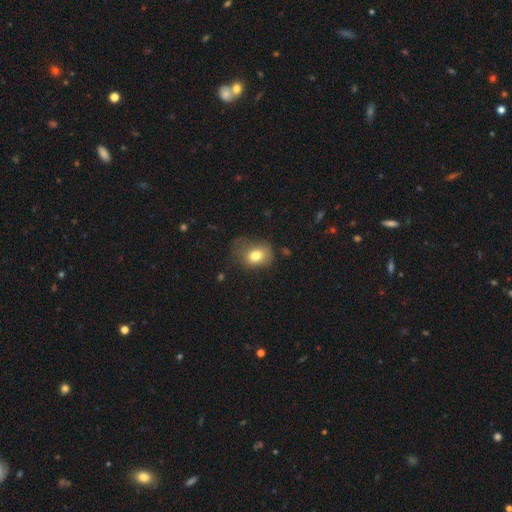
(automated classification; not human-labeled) This is likely a smooth galaxy (76%). How rounded: possibly in between (58%). Merging: marginally none (41%).